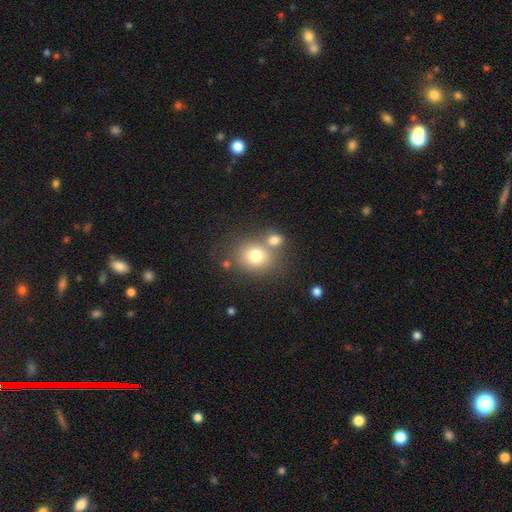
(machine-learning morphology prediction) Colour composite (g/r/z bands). It shows a smooth galaxy with no disk features (75%) that is round (69%). Merging: none (57%).